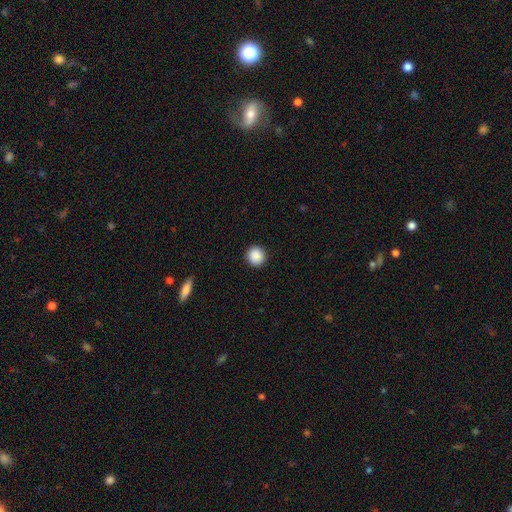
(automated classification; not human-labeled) Smooth or featured? smooth (89%)
How rounded? round (93%)
Merging? none (92%)